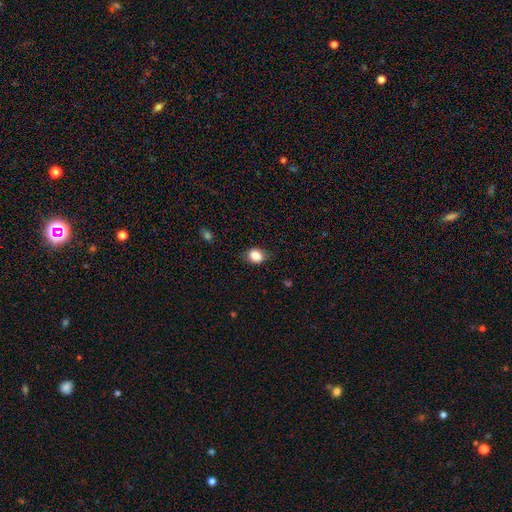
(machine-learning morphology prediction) Overall: smooth (85%). How rounded: round (51%; in between 48%). Merging: none (75%).